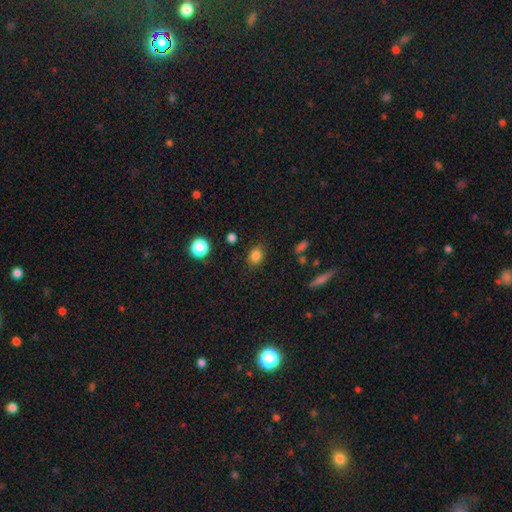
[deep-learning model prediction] Smooth or featured? Predicted: smooth (p=0.83). How rounded? Predicted: in between (p=0.53). Merging? Predicted: none (p=0.81).